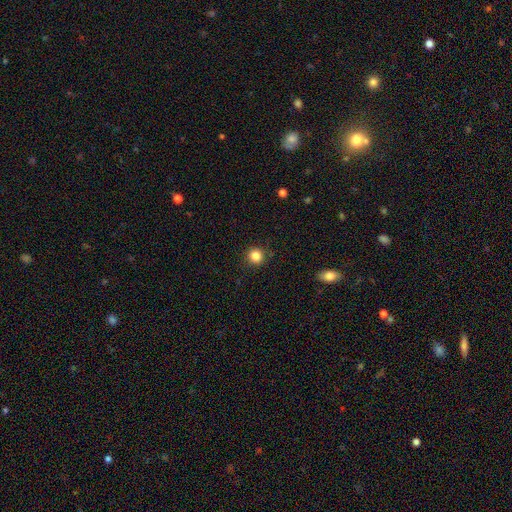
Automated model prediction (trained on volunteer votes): Morphology: type=smooth (84%); roundness=round (92%); merging=none (89%).